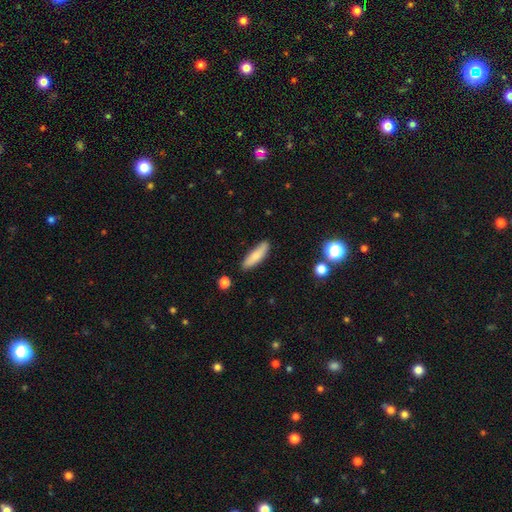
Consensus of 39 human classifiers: smooth 85%, featured or disk 10%, star or artifact 5%. Down the decision tree: how rounded — cigar-shaped (73%); merging — none (89%).